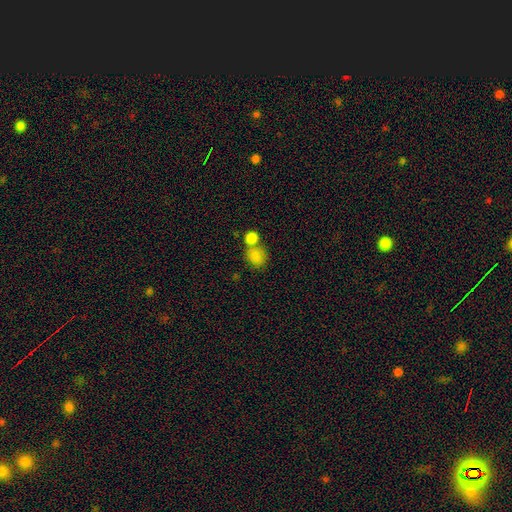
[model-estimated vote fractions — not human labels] smooth_or_featured: smooth (p=0.83) [alt: star or artifact p=0.11]
how_rounded: round (p=0.66) [alt: in between p=0.33]
merging: none (p=0.46) [alt: merger p=0.39]